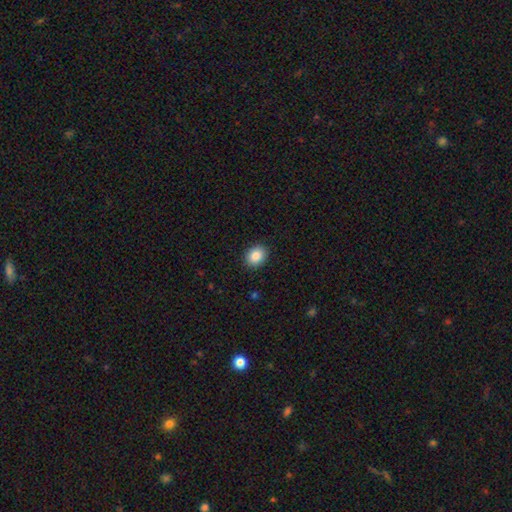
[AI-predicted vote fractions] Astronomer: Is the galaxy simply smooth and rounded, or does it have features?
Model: smooth — 88%.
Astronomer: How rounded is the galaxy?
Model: round — 52% (runner-up: in between, 48%).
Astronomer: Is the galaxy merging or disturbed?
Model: none — 90%.